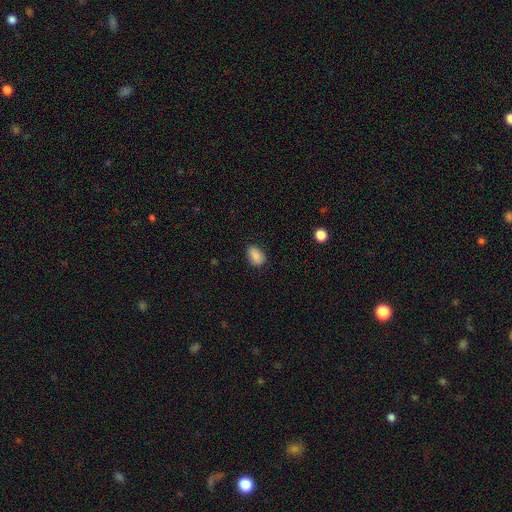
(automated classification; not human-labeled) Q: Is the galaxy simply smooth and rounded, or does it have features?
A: smooth — 88%.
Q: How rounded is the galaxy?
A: in between — 84%.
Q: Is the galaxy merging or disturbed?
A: none — 83%.